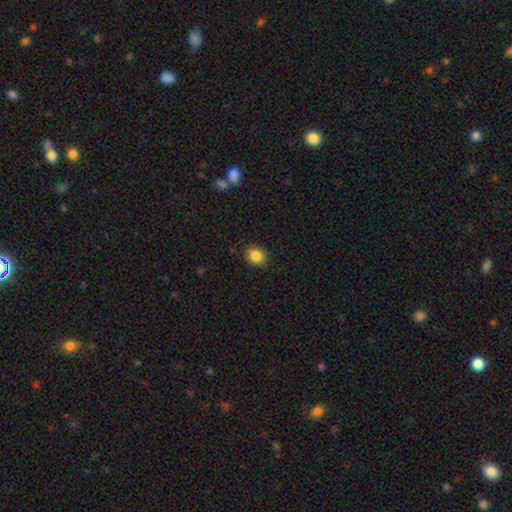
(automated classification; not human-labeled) Smooth or featured? Predicted: smooth (p=0.85). How rounded? Predicted: round (p=0.57). Merging? Predicted: none (p=0.88).